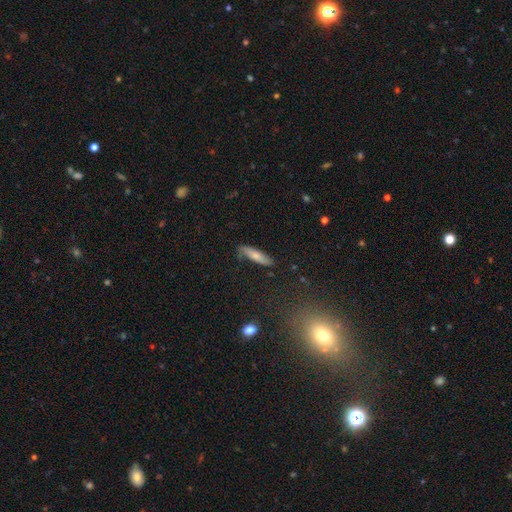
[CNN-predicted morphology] smooth_or_featured: smooth (p=0.67) [alt: featured or disk p=0.26]
how_rounded: cigar-shaped (p=0.68) [alt: in between p=0.30]
merging: none (p=0.74) [alt: minor disturbance p=0.20]